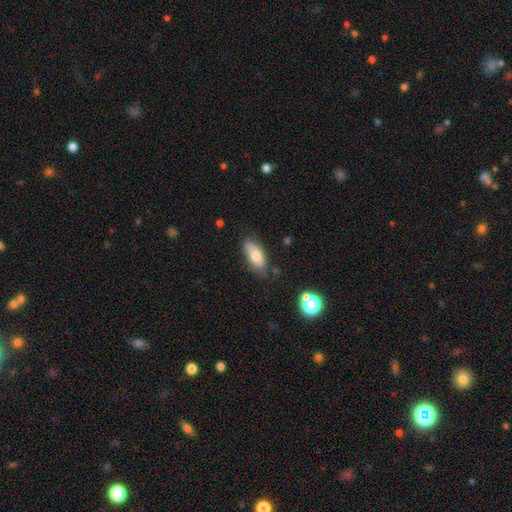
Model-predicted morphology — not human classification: Smooth or featured? smooth (74%)
How rounded? in between (84%)
Merging? none (73%)